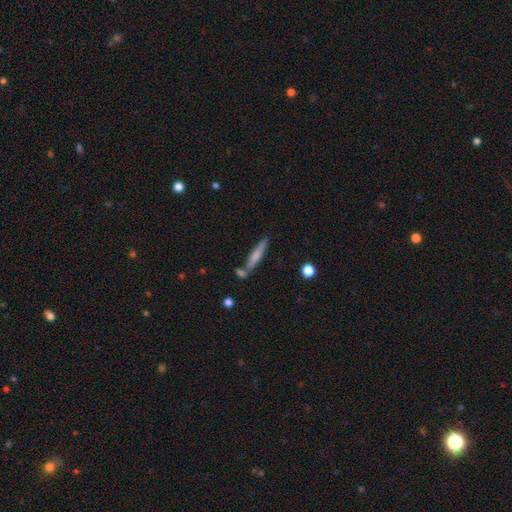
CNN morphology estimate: Smooth or featured?
  - smooth: 63% *
  - featured or disk: 30%
  - star or artifact: 7%
How rounded?
  - cigar-shaped: 90% *
  - in between: 9%
  - round: 2%
Merging?
  - none: 69% *
  - merger: 15%
  - minor disturbance: 13%
  - major disturbance: 3%